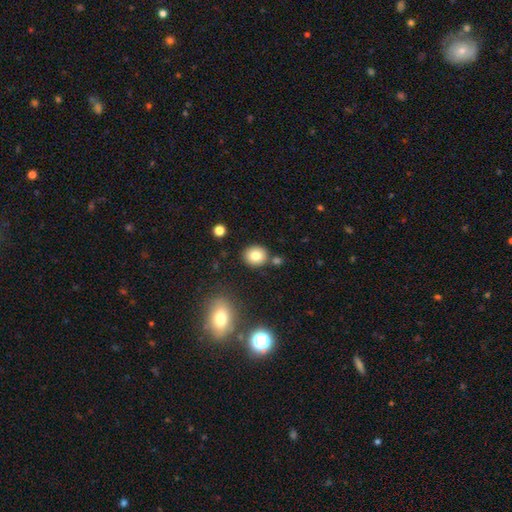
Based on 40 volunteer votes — Smooth or featured? smooth (78%)
How rounded? round (81%)
Merging? none (78%)